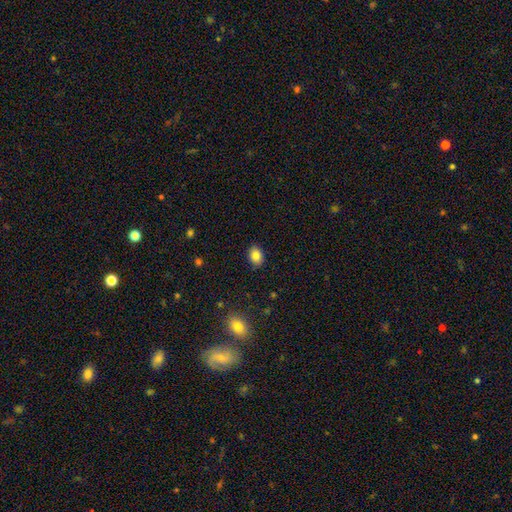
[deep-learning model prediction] smooth-or-featured: smooth: 84% | star or artifact: 9% | featured or disk: 7%
  how-rounded: in between: 68% | round: 31% | cigar-shaped: 1%
  merging: none: 87% | minor disturbance: 9% | major disturbance: 2% | merger: 1%